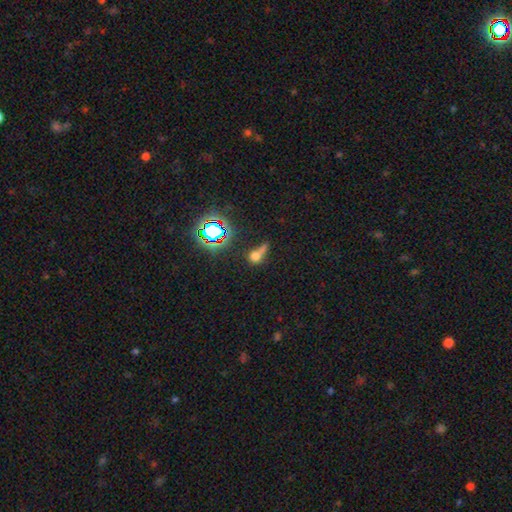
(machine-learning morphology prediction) Smooth or featured?
  - smooth: 55% *
  - star or artifact: 28%
  - featured or disk: 17%
How rounded?
  - round: 57% *
  - in between: 33%
  - cigar-shaped: 9%
Merging?
  - none: 34% *
  - merger: 30%
  - major disturbance: 19%
  - minor disturbance: 17%